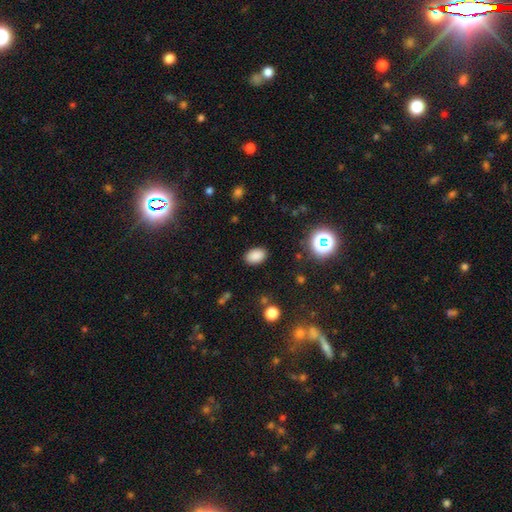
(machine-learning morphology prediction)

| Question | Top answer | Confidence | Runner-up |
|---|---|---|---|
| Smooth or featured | smooth | 85% | star or artifact (12%) |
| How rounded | in between | 85% | round (14%) |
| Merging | none | 87% | minor disturbance (9%) |